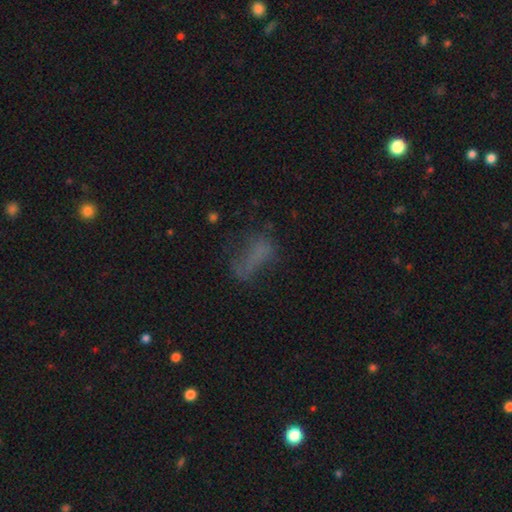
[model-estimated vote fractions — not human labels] Smooth or featured? smooth (51%)
How rounded? in between (73%)
Merging? none (40%)